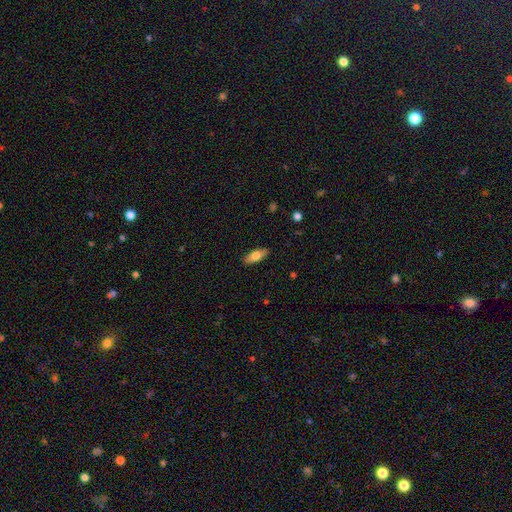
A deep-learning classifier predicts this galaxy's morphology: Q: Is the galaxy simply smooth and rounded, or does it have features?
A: smooth — 75%.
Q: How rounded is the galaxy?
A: in between — 77%.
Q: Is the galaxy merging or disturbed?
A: none — 88%.